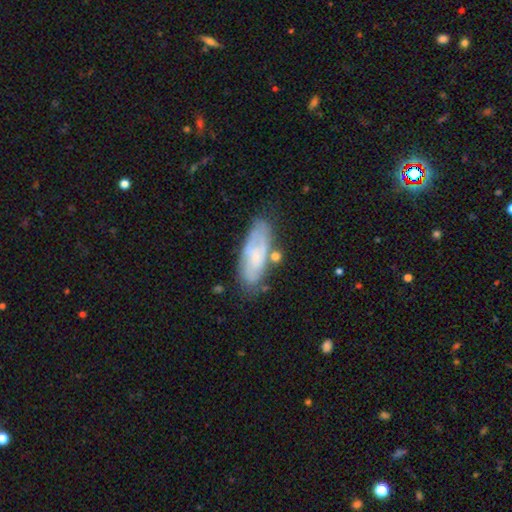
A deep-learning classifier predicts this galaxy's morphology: Overall: smooth (46%, tied with featured or disk). Merging: none (65%).